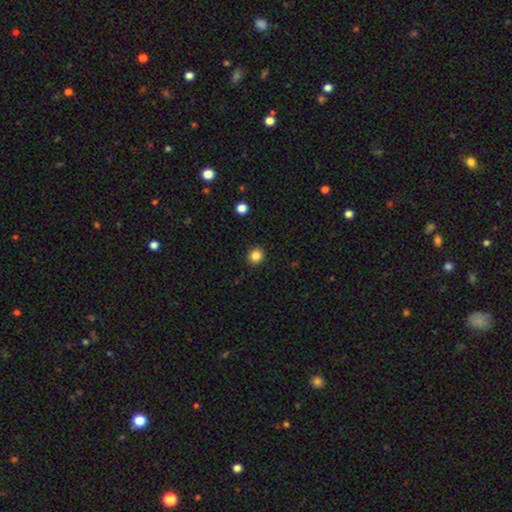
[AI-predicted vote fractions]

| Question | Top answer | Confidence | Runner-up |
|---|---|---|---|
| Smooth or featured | smooth | 85% | star or artifact (11%) |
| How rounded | round | 90% | in between (9%) |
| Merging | none | 92% | minor disturbance (5%) |